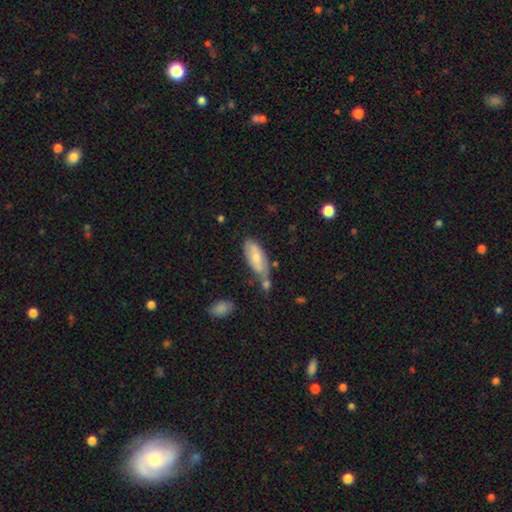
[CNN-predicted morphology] A smooth galaxy with no disk features (61%) that is in between round and cigar-shaped (76%). Merging: none (48%).